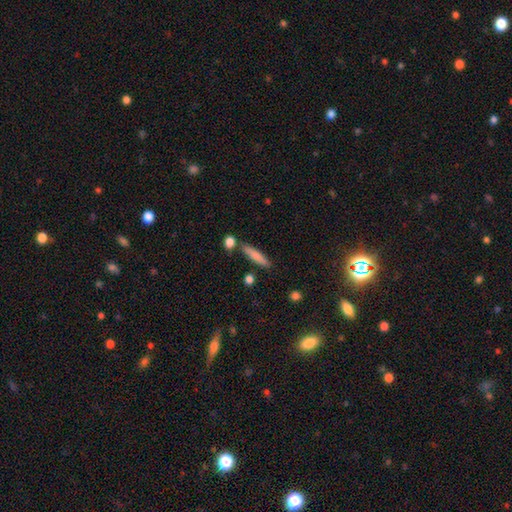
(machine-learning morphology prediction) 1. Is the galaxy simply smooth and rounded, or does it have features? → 77% smooth, 17% featured or disk, 6% star or artifact.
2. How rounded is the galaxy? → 81% cigar-shaped, 17% in between, 2% round.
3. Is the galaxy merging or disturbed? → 77% none, 11% minor disturbance, 9% merger, 3% major disturbance.